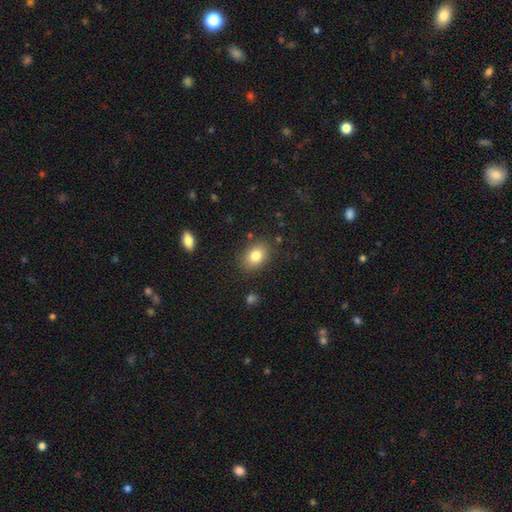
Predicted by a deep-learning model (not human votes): This appears to be a smooth galaxy with no disk features (82%) that is in between round and cigar-shaped (75%). Merging: none (83%).